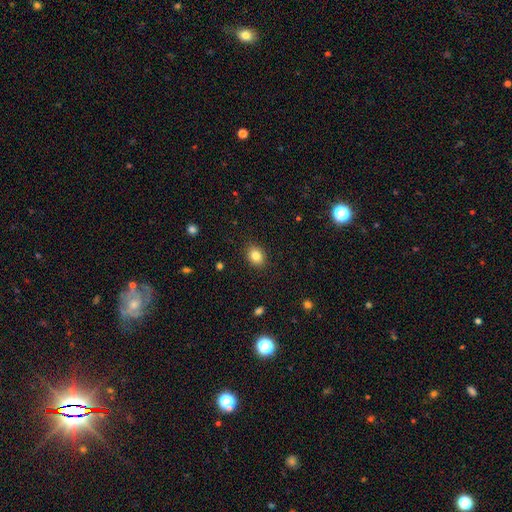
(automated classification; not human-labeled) A smooth galaxy with no disk features (84%) that is in between round and cigar-shaped (56%). Merging: none (88%).